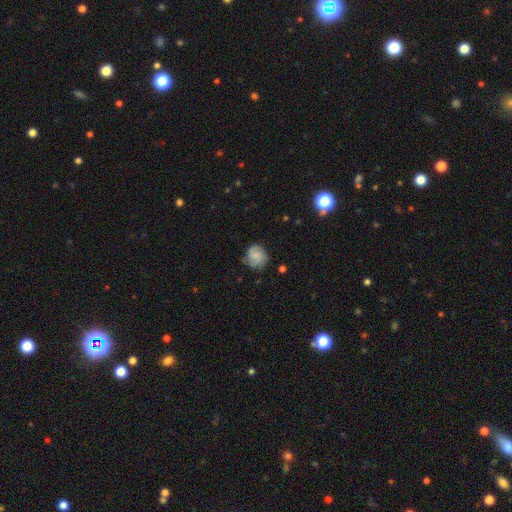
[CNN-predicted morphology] Overall: smooth (46%; featured or disk 45%). Merging: none (67%).